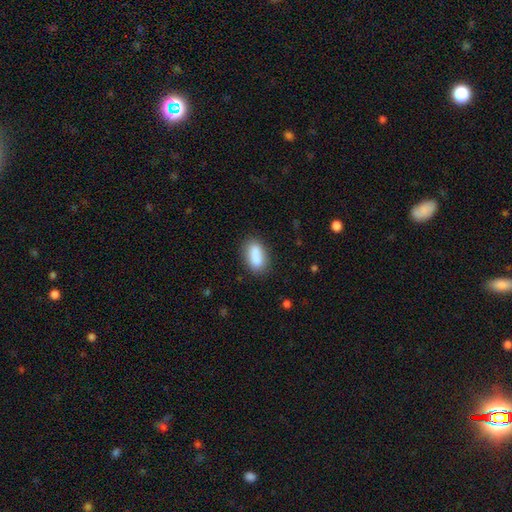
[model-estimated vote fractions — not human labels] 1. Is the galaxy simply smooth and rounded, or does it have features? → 84% smooth, 8% featured or disk, 8% star or artifact.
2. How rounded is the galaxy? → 86% in between, 8% cigar-shaped, 6% round.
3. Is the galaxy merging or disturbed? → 73% none, 15% minor disturbance, 8% merger, 4% major disturbance.